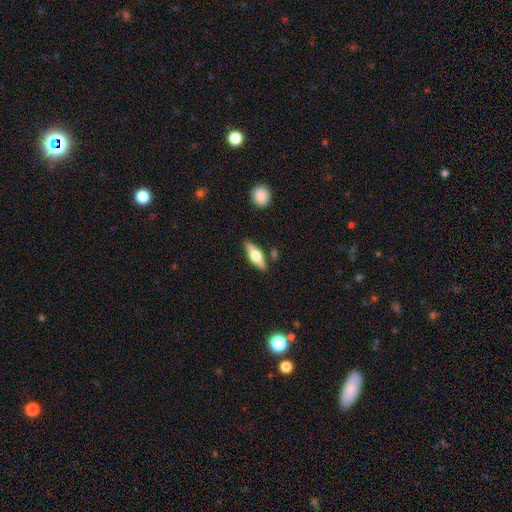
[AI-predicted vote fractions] smooth-or-featured: featured or disk: 50% | smooth: 44% | star or artifact: 6%
  disk-edge-on: yes: 93% | no: 7%
  merging: none: 83% | minor disturbance: 11% | merger: 4% | major disturbance: 2%